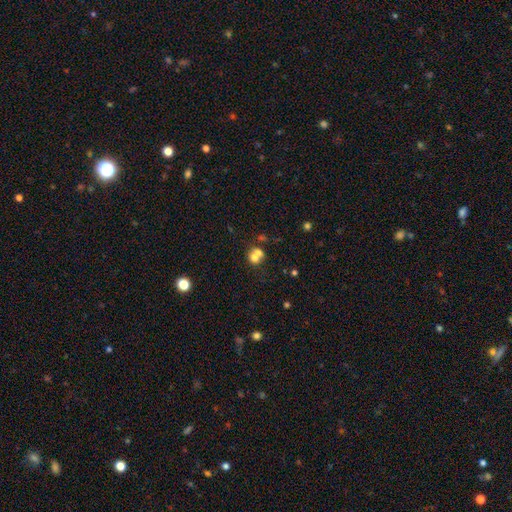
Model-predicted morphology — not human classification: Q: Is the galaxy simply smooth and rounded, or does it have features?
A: smooth — 66%.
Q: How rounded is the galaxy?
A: round — 74%.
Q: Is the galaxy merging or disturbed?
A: merger — 56%.